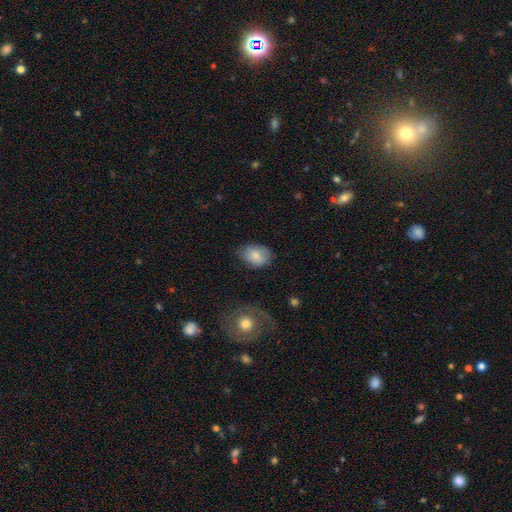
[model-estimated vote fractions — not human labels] This appears to be a smooth galaxy with no disk features (79%) that is in between round and cigar-shaped (75%). Merging: none (65%).